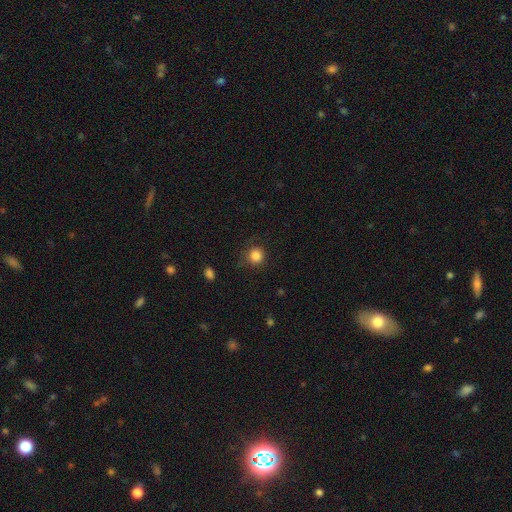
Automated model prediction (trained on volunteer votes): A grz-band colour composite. It shows a smooth galaxy with no disk features (85%) that is round (93%). Merging: none (80%).